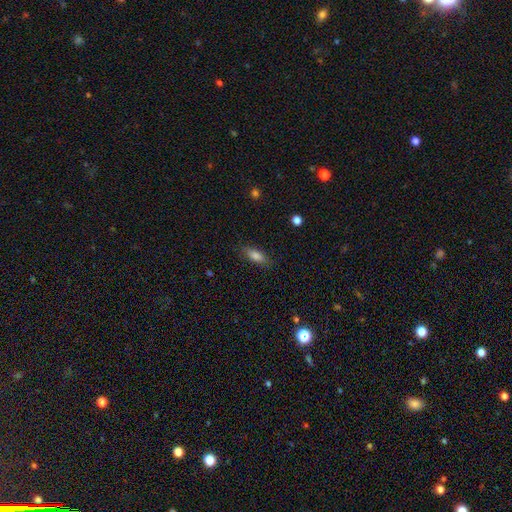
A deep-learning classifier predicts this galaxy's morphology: Overall: smooth (82%). How rounded: in between (76%). Merging: none (85%).